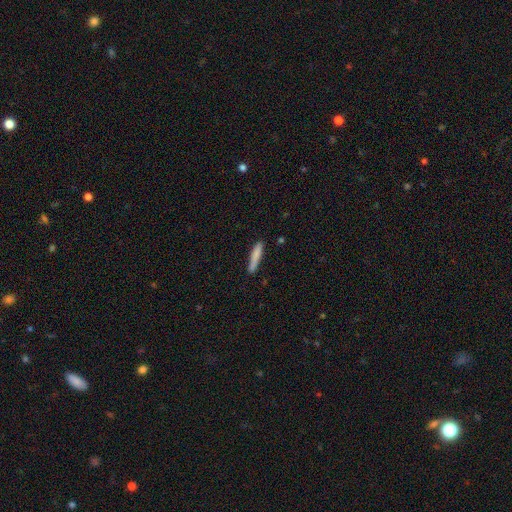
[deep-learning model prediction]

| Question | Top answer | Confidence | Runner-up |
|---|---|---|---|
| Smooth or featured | smooth | 79% | featured or disk (16%) |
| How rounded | cigar-shaped | 91% | in between (8%) |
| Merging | none | 79% | minor disturbance (16%) |